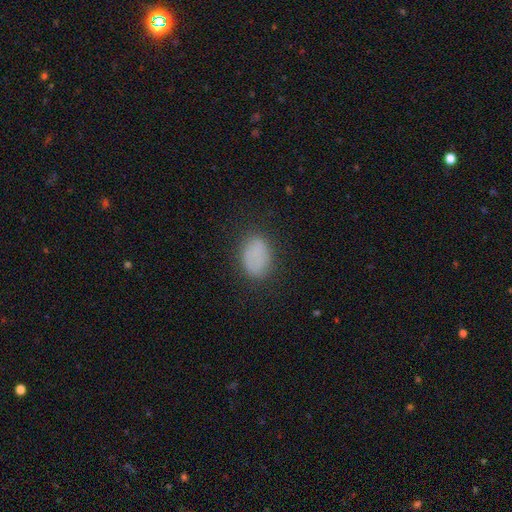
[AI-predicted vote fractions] Smooth or featured?
  - smooth: 77% *
  - featured or disk: 13%
  - star or artifact: 11%
How rounded?
  - in between: 82% *
  - round: 17%
  - cigar-shaped: 1%
Merging?
  - none: 78% *
  - minor disturbance: 15%
  - major disturbance: 5%
  - merger: 1%